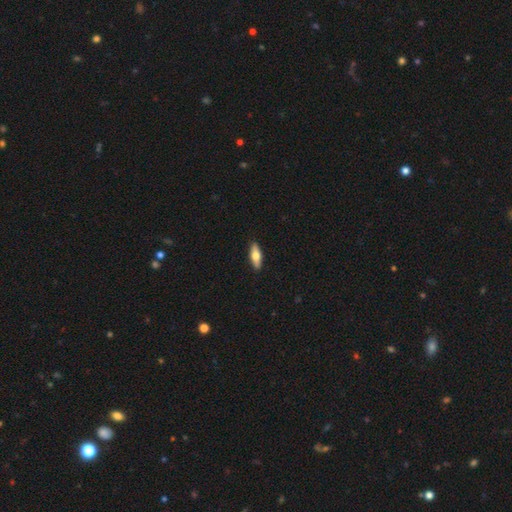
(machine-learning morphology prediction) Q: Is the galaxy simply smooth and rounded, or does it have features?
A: smooth — 62%.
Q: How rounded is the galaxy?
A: in between — 56%.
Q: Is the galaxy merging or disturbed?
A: none — 90%.